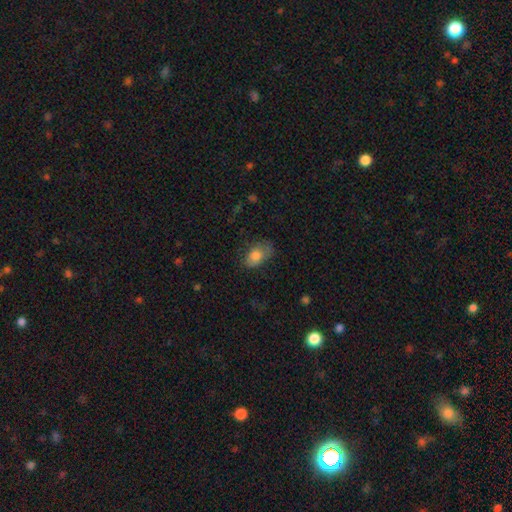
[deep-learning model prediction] A smooth galaxy with no disk features (79%) that is in between round and cigar-shaped (87%).

Vote fractions:
- Smooth or featured? smooth: 79% / featured or disk: 13% / star or artifact: 8%
- How rounded? in between: 87% / round: 11% / cigar-shaped: 2%
- Merging? none: 53% / minor disturbance: 30% / major disturbance: 15% / merger: 2%